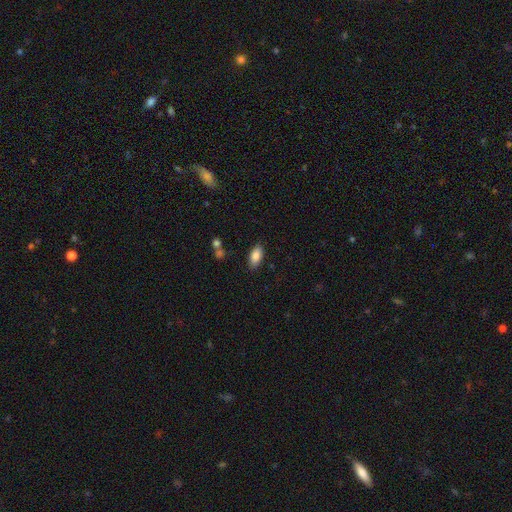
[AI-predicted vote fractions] Smooth or featured: smooth — 86% (star or artifact — 7%)
How rounded: in between — 91% (cigar-shaped — 6%)
Merging: none — 85% (minor disturbance — 11%)